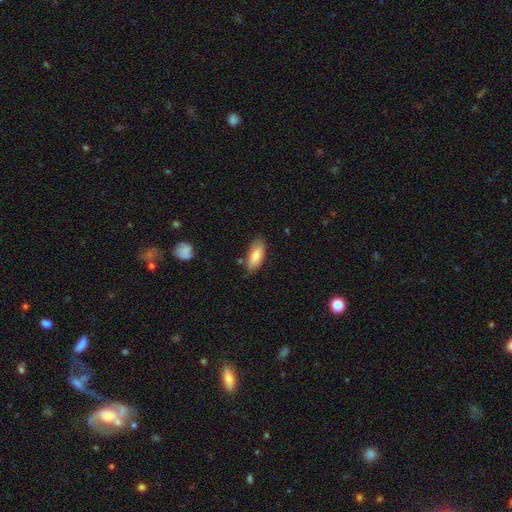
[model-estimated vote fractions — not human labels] smooth 80%, featured or disk 14%, star or artifact 6%. Down the decision tree: how rounded — in between (85%); merging — none (77%).